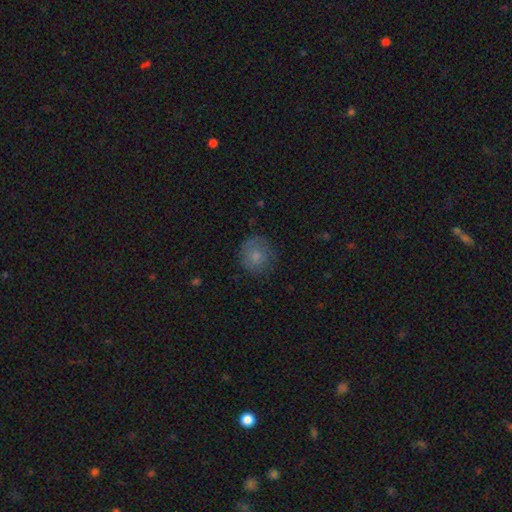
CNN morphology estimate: Overall: smooth (77%). How rounded: round (83%). Merging: none (73%).